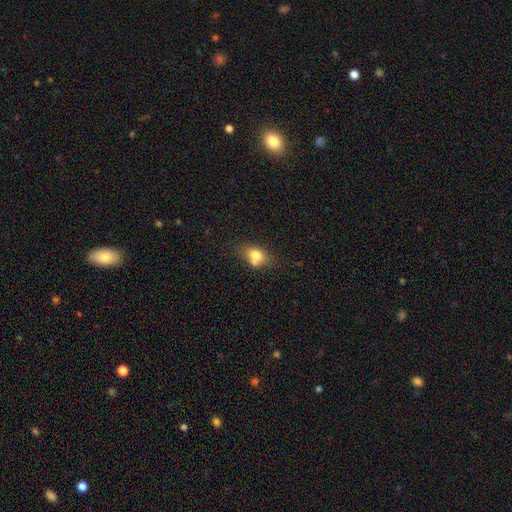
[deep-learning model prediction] This is likely a smooth galaxy (73%). How rounded: likely in between (63%). Merging: marginally none (44%).